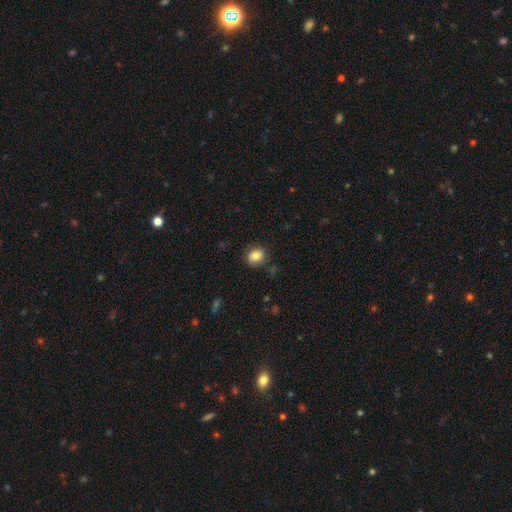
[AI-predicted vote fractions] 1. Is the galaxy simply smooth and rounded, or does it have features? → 82% smooth, 9% star or artifact, 9% featured or disk.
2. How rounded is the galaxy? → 63% round, 36% in between, 1% cigar-shaped.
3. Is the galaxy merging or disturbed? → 81% none, 14% minor disturbance, 4% major disturbance, 2% merger.